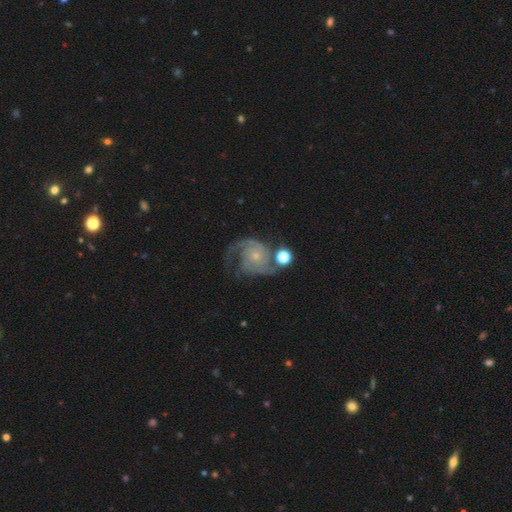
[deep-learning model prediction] A featured or disk galaxy (88%) with no bar (76%), 2 (74%) medium (47%) spiral arms (97%) and a small central bulge (73%).

Vote fractions:
- Smooth or featured? featured or disk: 88% / smooth: 7% / star or artifact: 6%
- Edge-on disk? no: 98% / yes: 2%
- Bar? no: 76% / weak: 20% / strong: 4%
- Spiral arms? yes: 97% / no: 3%
- Spiral winding? medium: 47% / tight: 37% / loose: 16%
- Spiral arm count? 2: 74% / 3: 9% / can't tell: 7% / 1: 4% / 4: 3% / more than 4: 3%
- Bulge size? small: 73% / moderate: 19% / none: 5% / large: 2% / dominant: 1%
- Merging? none: 55% / minor disturbance: 20% / major disturbance: 15% / merger: 10%